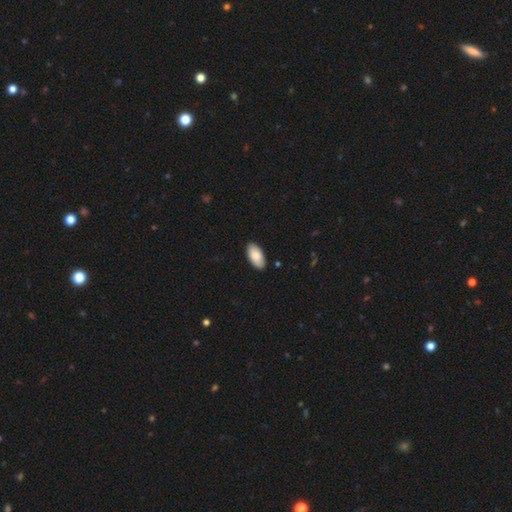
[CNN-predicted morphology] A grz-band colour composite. It shows a smooth galaxy with no disk features (87%) that is in between round and cigar-shaped (95%). Merging: none (89%).